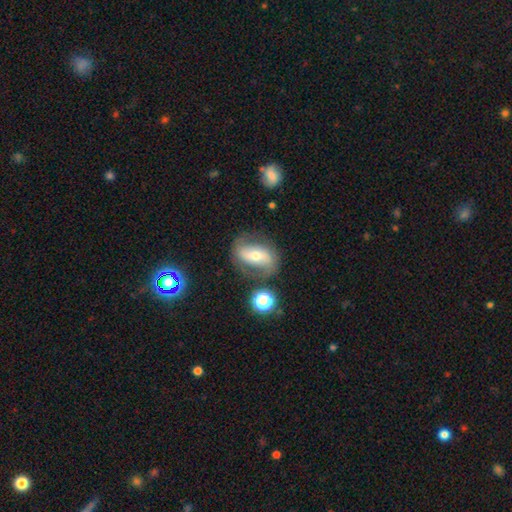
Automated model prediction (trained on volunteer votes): Morphology: type=featured or disk (66%); edge-on=no (92%); bar=strong (47%); spiral arms=yes (77%); bulge=moderate (54%); merging=none (72%).